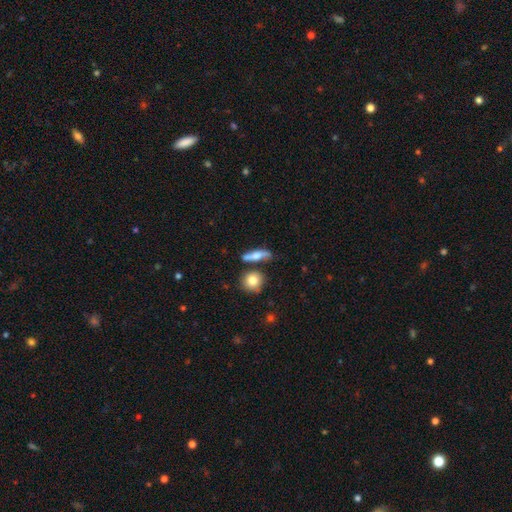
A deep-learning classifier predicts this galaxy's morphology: This appears to be a smooth galaxy with no disk features (54%) that is cigar-shaped (51%). Merging: none (64%).